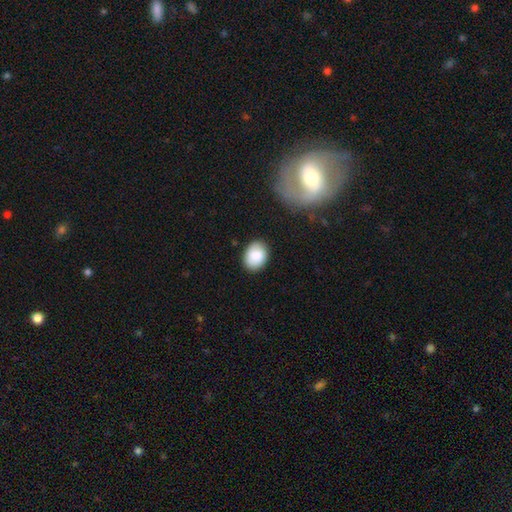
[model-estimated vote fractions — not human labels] Overall: smooth (84%). How rounded: in between (64%; round 35%). Merging: none (85%).